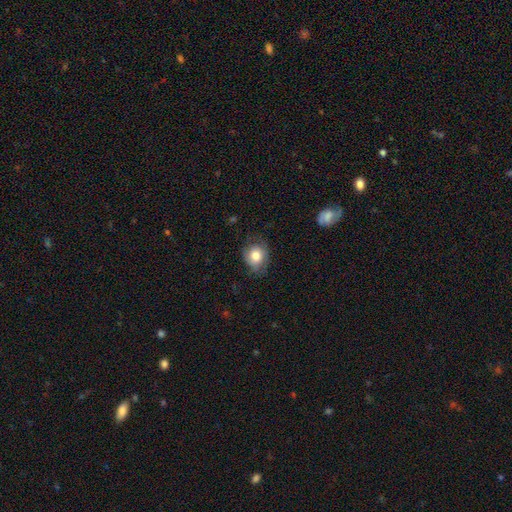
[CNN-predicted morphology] Smooth or featured? Predicted: smooth (p=0.76). How rounded? Predicted: round (p=0.63). Merging? Predicted: none (p=0.64).